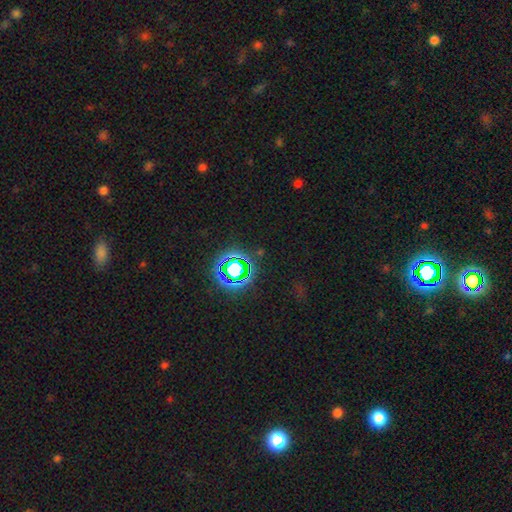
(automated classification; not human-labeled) Morphology: type=star or artifact (75%).